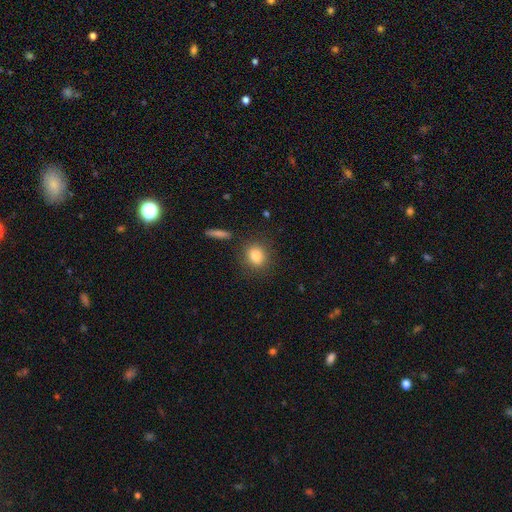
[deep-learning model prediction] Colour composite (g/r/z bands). It shows a smooth galaxy with no disk features (84%) that is round (64%). Merging: none (84%).